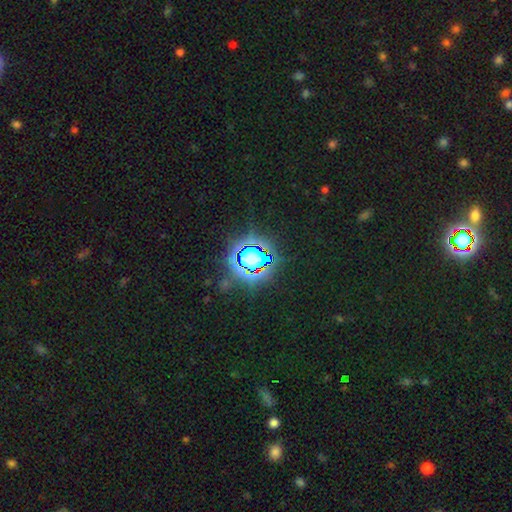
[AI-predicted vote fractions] A star or artifact, not a galaxy (79%).